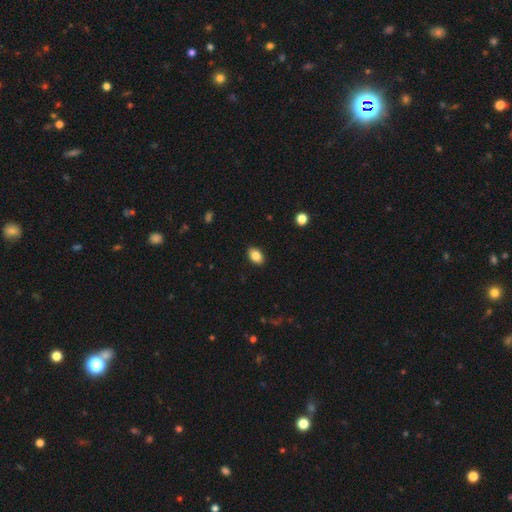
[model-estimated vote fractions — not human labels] The model was most divided on "how rounded": in between: 86%, round: 13%, cigar-shaped: 1%. More confident: merging — none (89%); smooth or featured — smooth (85%).